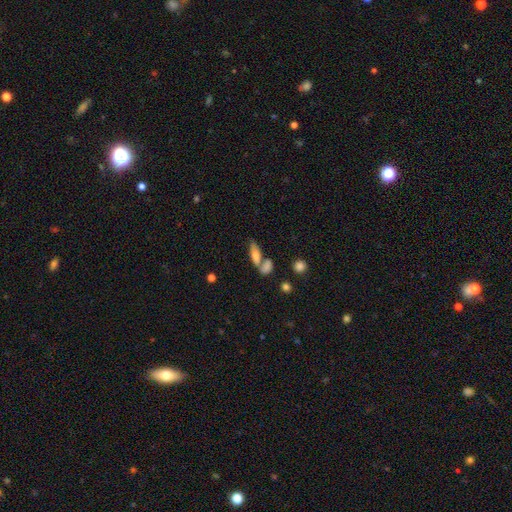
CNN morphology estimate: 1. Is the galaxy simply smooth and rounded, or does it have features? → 68% smooth, 22% featured or disk, 10% star or artifact.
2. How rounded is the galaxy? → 61% in between, 34% cigar-shaped, 5% round.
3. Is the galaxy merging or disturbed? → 44% none, 37% merger, 13% minor disturbance, 6% major disturbance.